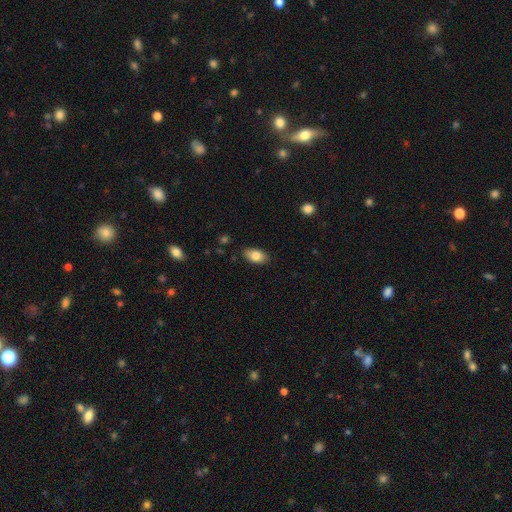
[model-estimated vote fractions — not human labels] A smooth galaxy with no disk features (83%) that is in between round and cigar-shaped (92%).

Vote fractions:
- Smooth or featured? smooth: 83% / featured or disk: 10% / star or artifact: 7%
- How rounded? in between: 92% / round: 6% / cigar-shaped: 2%
- Merging? none: 86% / minor disturbance: 11% / major disturbance: 2% / merger: 1%